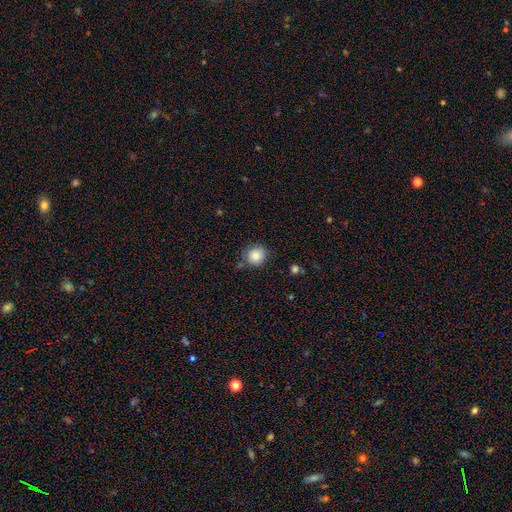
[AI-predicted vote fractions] Smooth or featured: smooth — 86% (star or artifact — 9%)
How rounded: round — 87% (in between — 12%)
Merging: none — 78% (minor disturbance — 15%)